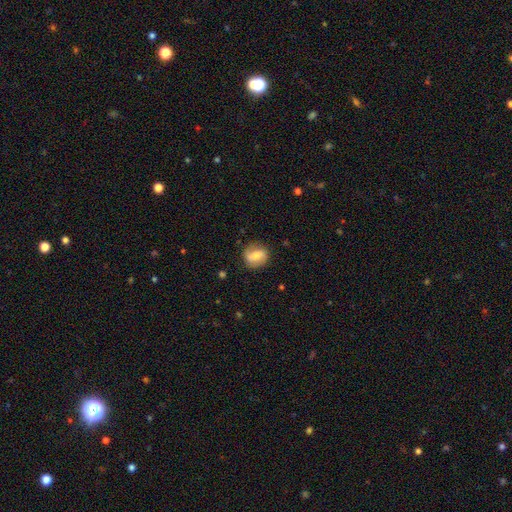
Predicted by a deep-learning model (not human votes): A smooth galaxy with no disk features (52%) that is round (68%). Merging: none (79%).